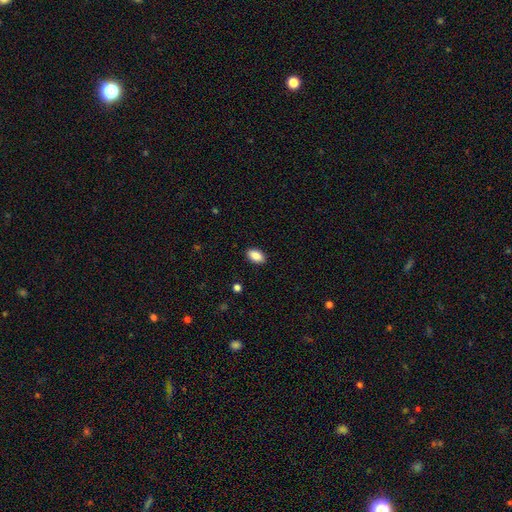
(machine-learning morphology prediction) A smooth galaxy with no disk features (88%) that is in between round and cigar-shaped (93%). Merging: none (90%).